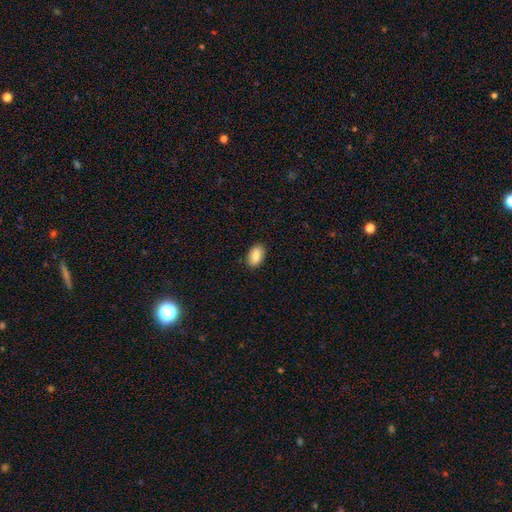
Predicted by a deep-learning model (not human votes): A smooth galaxy with no disk features (85%) that is in between round and cigar-shaped (92%). Merging: none (88%).